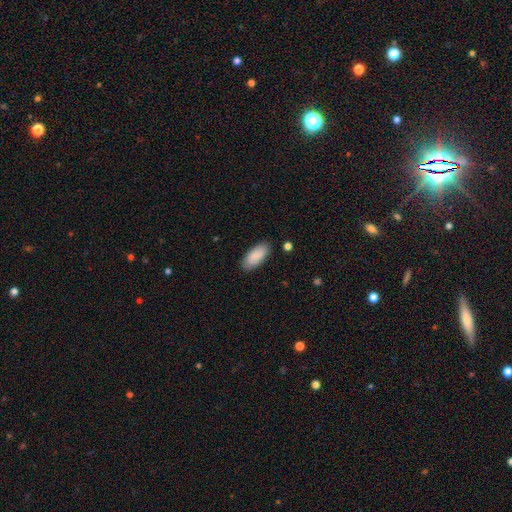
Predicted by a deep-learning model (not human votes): smooth 88%, featured or disk 7%, star or artifact 6%. Down the decision tree: how rounded — in between (89%); merging — none (86%).